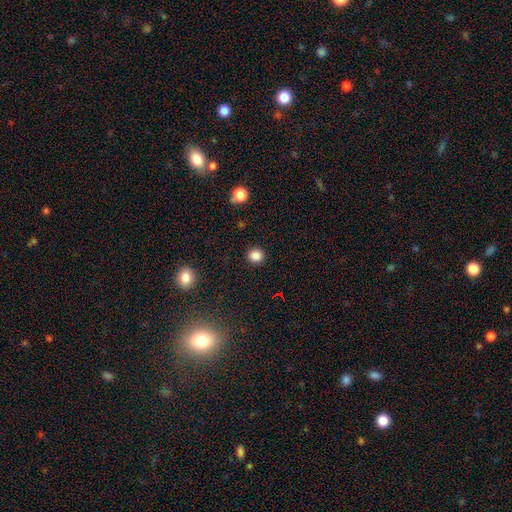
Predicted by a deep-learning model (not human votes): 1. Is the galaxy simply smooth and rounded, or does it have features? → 84% smooth, 12% star or artifact, 4% featured or disk.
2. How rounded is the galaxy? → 89% round, 10% in between, 1% cigar-shaped.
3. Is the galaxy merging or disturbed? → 92% none, 5% minor disturbance, 2% major disturbance, 1% merger.